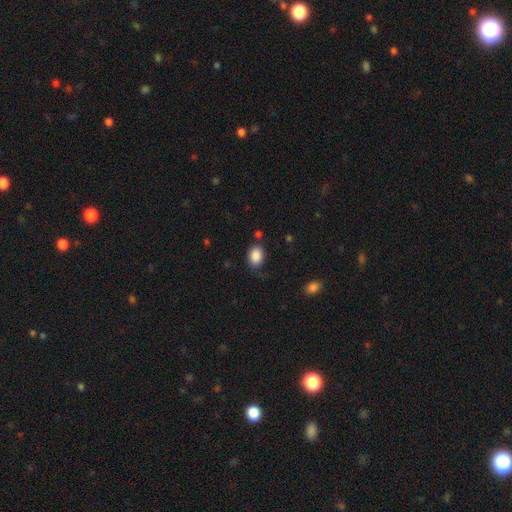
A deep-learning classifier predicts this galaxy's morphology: smooth 87%, star or artifact 8%, featured or disk 4%. Down the decision tree: how rounded — in between (71%); merging — none (75%).